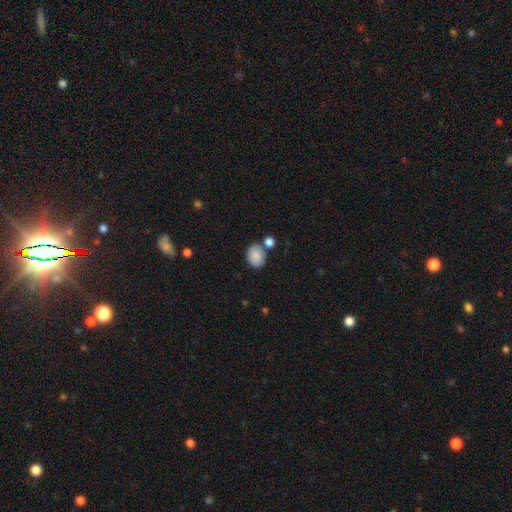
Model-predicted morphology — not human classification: smooth 86%, star or artifact 8%, featured or disk 6%. Down the decision tree: how rounded — in between (56%); merging — none (65%).